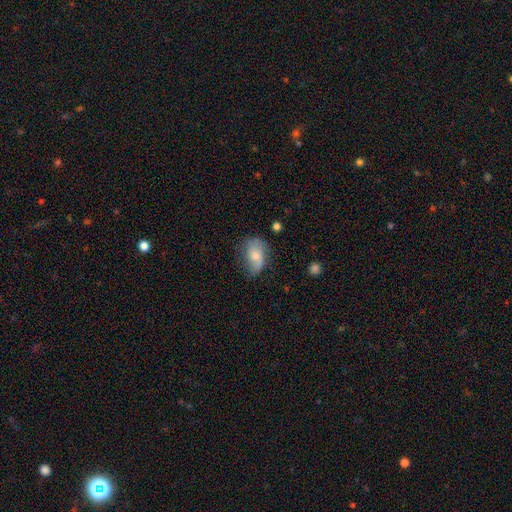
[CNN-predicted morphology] The model was most divided on "merging": none: 54%, minor disturbance: 32%, major disturbance: 13%, merger: 2%. More confident: how rounded — in between (86%); smooth or featured — smooth (60%).